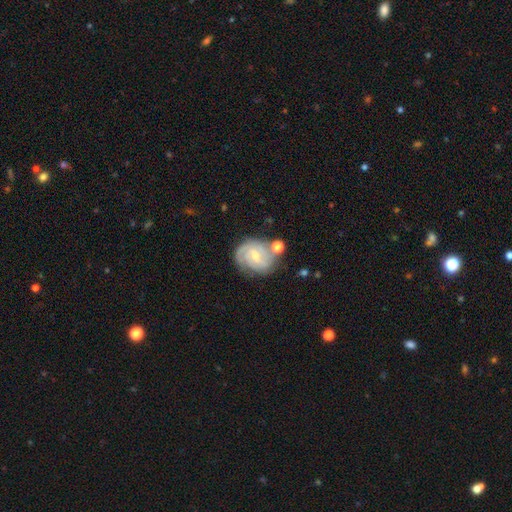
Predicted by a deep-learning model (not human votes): Smooth or featured?
  - featured or disk: 78% *
  - smooth: 15%
  - star or artifact: 6%
Edge-on disk?
  - no: 97% *
  - yes: 3%
Bar?
  - weak: 55% *
  - no: 32%
  - strong: 13%
Spiral arms?
  - yes: 94% *
  - no: 6%
Spiral winding?
  - tight: 58% *
  - medium: 34%
  - loose: 8%
Spiral arm count?
  - 2: 43% *
  - can't tell: 24%
  - 3: 20%
  - 4: 5%
  - 1: 5%
  - more than 4: 3%
Bulge size?
  - small: 61% *
  - moderate: 34%
  - none: 3%
  - large: 1%
  - dominant: 1%
Merging?
  - none: 61% *
  - minor disturbance: 19%
  - merger: 12%
  - major disturbance: 8%